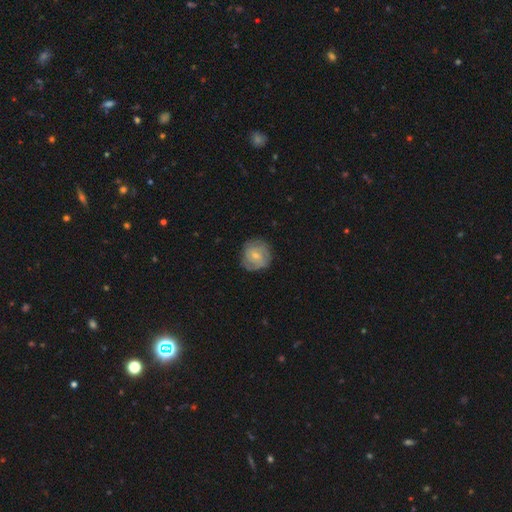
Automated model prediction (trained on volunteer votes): Q: Smooth or featured?
A: featured or disk (56%); runner-up: smooth (38%)
Q: Edge-on disk?
A: no (98%); runner-up: yes (2%)
Q: Bar?
A: no (56%); runner-up: weak (38%)
Q: Spiral arms?
A: yes (84%); runner-up: no (16%)
Q: Bulge size?
A: small (59%); runner-up: moderate (36%)
Q: Merging?
A: none (75%); runner-up: minor disturbance (18%)